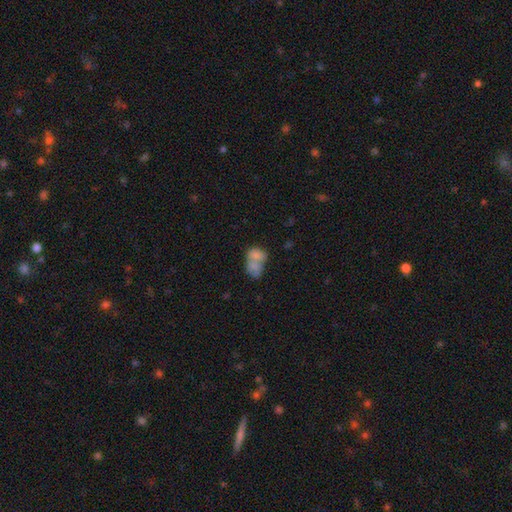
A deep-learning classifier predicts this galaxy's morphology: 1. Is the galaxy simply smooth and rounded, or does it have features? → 71% smooth, 20% featured or disk, 9% star or artifact.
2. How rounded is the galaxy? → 68% in between, 31% round, 2% cigar-shaped.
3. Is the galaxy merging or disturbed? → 68% merger, 18% none, 8% minor disturbance, 5% major disturbance.